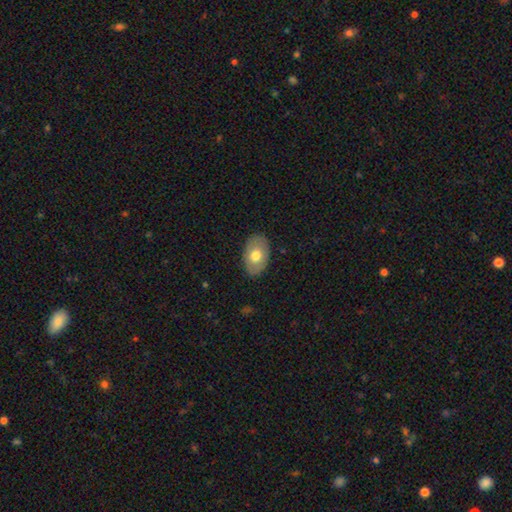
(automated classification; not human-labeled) This appears to be a smooth galaxy with no disk features (67%) that is in between round and cigar-shaped (88%). Merging: none (86%).